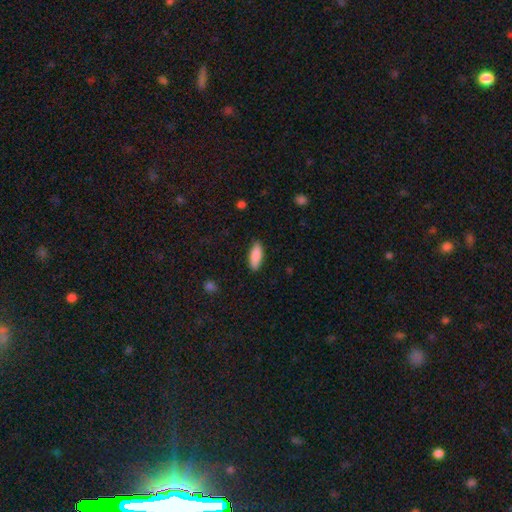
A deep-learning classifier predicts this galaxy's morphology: Q: Smooth or featured?
A: smooth (88%); runner-up: star or artifact (6%)
Q: How rounded?
A: in between (68%); runner-up: cigar-shaped (31%)
Q: Merging?
A: none (86%); runner-up: minor disturbance (10%)